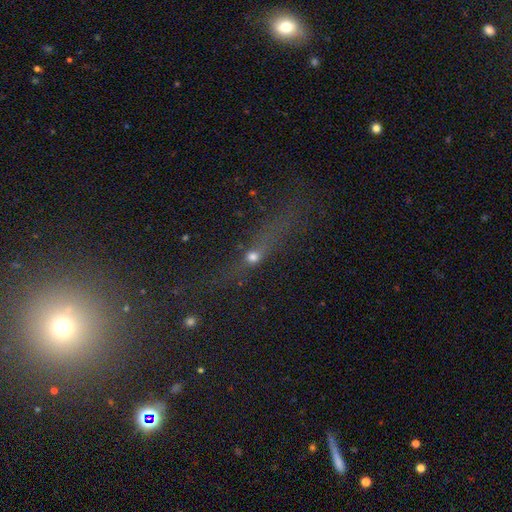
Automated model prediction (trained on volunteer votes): smooth_or_featured: star or artifact (p=0.44) [alt: smooth p=0.29]